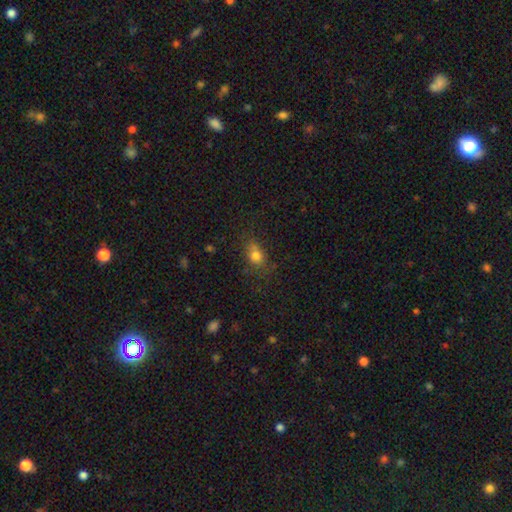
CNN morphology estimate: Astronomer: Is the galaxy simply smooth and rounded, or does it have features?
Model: smooth — 75%.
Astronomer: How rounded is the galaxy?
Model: in between — 56% (runner-up: round, 41%).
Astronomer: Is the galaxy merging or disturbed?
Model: none — 62%.